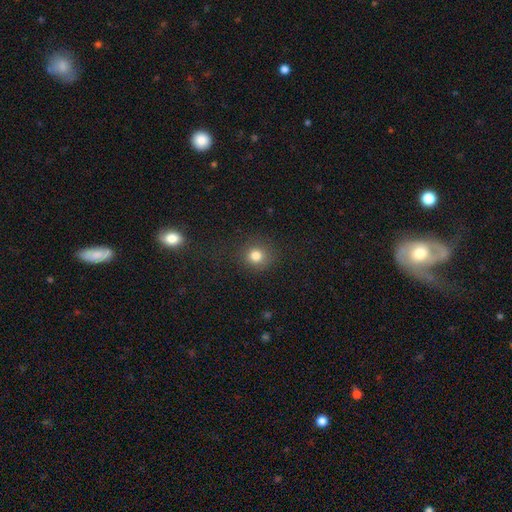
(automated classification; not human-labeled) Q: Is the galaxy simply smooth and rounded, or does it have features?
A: smooth — 80%.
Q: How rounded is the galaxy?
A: round — 89%.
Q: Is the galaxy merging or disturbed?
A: none — 85%.